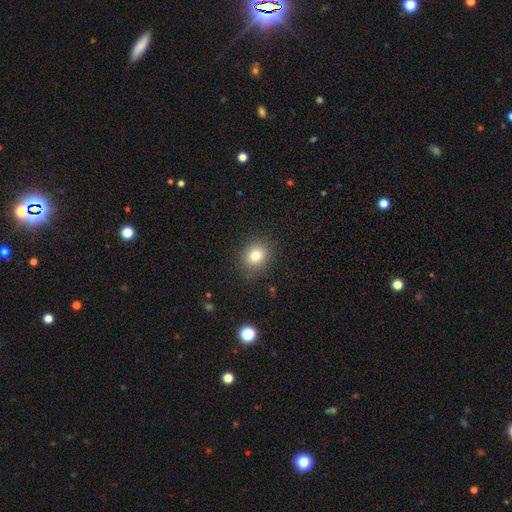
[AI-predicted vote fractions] Smooth or featured? smooth (80%)
How rounded? round (71%)
Merging? none (87%)